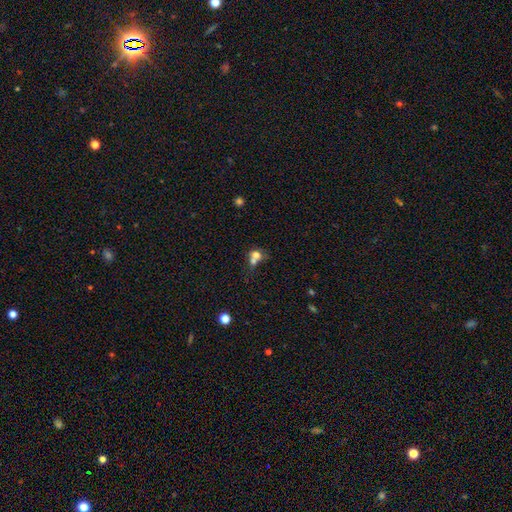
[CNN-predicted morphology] Q: Smooth or featured?
A: smooth (68%); runner-up: featured or disk (18%)
Q: How rounded?
A: round (68%); runner-up: in between (30%)
Q: Merging?
A: merger (63%); runner-up: none (24%)